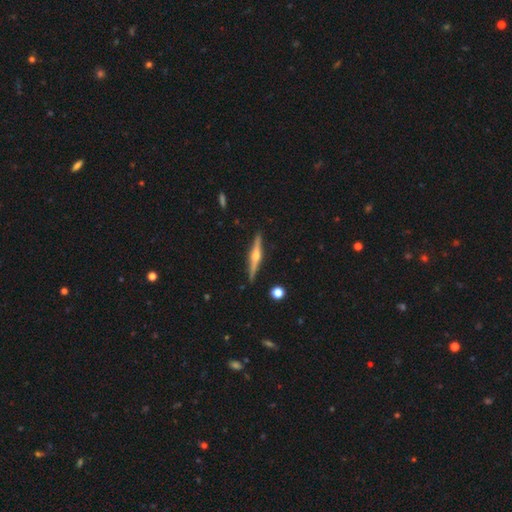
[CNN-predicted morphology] A featured or disk galaxy (79%) viewed edge-on (98%) with a rounded central bulge (92%).

Vote fractions:
- Smooth or featured? featured or disk: 79% / smooth: 16% / star or artifact: 5%
- Edge-on disk? yes: 98% / no: 2%
- Edge-on bulge? rounded: 92% / boxy: 5% / none: 3%
- Merging? none: 91% / minor disturbance: 6% / merger: 1% / major disturbance: 1%